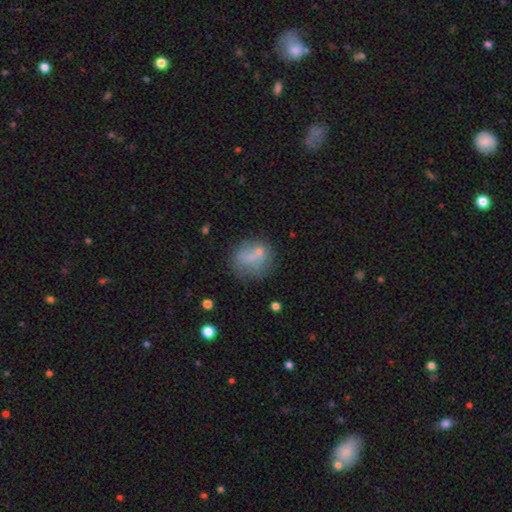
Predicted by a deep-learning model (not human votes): smooth 64%, featured or disk 24%, star or artifact 12%. Down the decision tree: how rounded — round (70%); merging — none (54%).